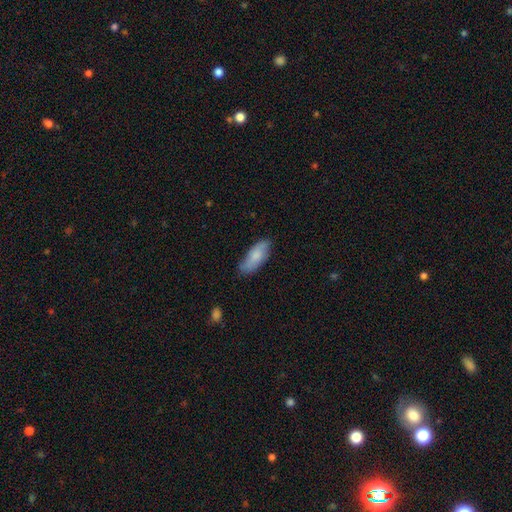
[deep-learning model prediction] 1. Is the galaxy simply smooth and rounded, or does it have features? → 78% smooth, 17% featured or disk, 6% star or artifact.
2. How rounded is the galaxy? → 76% in between, 22% cigar-shaped, 2% round.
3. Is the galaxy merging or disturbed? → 78% none, 17% minor disturbance, 3% major disturbance, 1% merger.